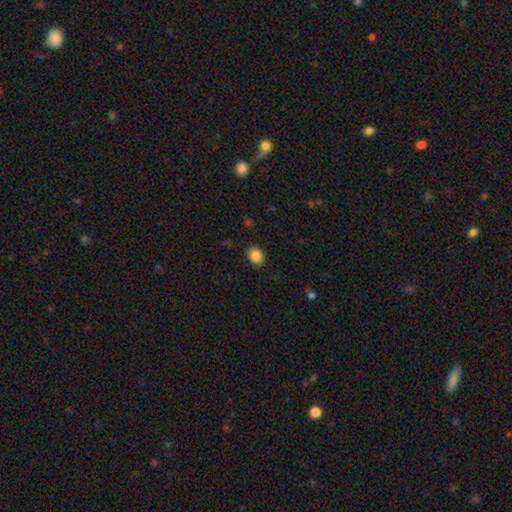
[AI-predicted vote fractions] Smooth or featured? Predicted: smooth (p=0.86). How rounded? Predicted: in between (p=0.71). Merging? Predicted: none (p=0.88).